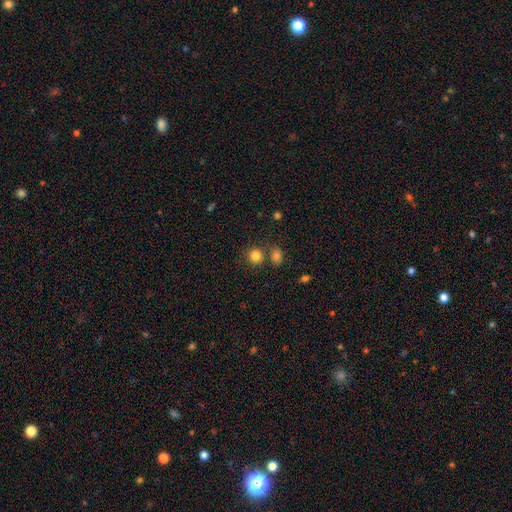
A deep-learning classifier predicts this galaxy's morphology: type=smooth (83%); roundness=round (85%); merging=none (71%).